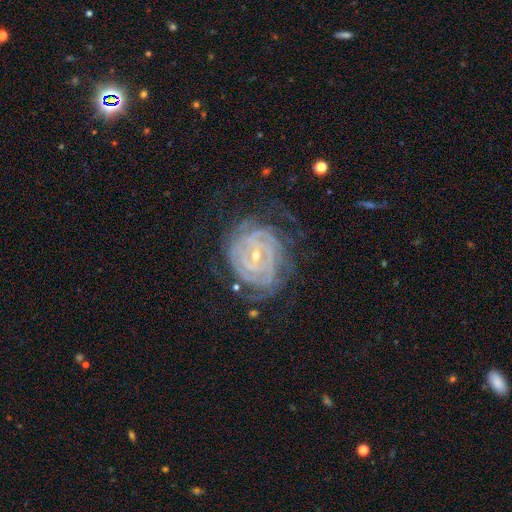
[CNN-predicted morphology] A featured or disk galaxy (89%) with a weak bar (39%, tied with no), tight (85%) spiral arms (98%) and a small central bulge (73%). Merging: none (70%).